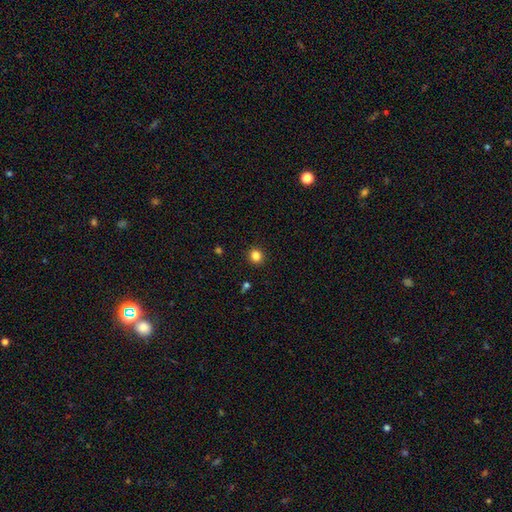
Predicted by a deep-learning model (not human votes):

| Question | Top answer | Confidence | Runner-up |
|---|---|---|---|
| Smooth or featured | smooth | 83% | star or artifact (12%) |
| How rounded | round | 87% | in between (12%) |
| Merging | none | 92% | minor disturbance (5%) |